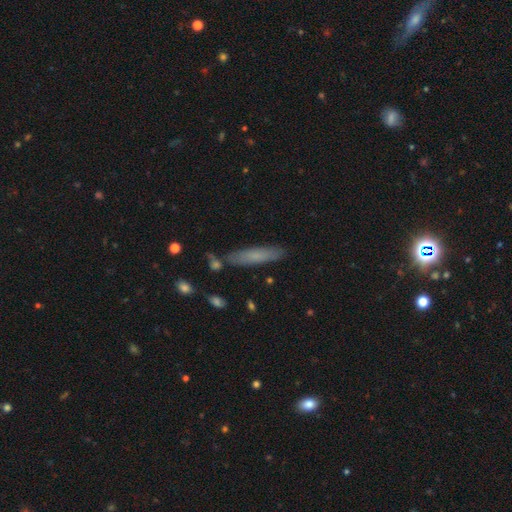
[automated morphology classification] Overall: smooth (69%). How rounded: cigar-shaped (83%). Merging: none (82%).